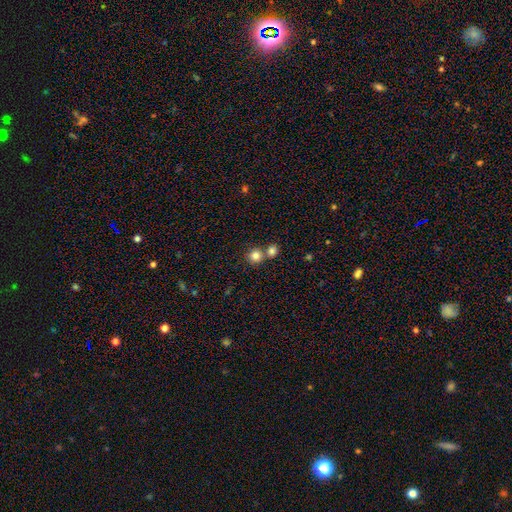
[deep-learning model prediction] Q: Smooth or featured?
A: smooth (82%); runner-up: star or artifact (11%)
Q: How rounded?
A: round (90%); runner-up: in between (9%)
Q: Merging?
A: none (59%); runner-up: merger (32%)